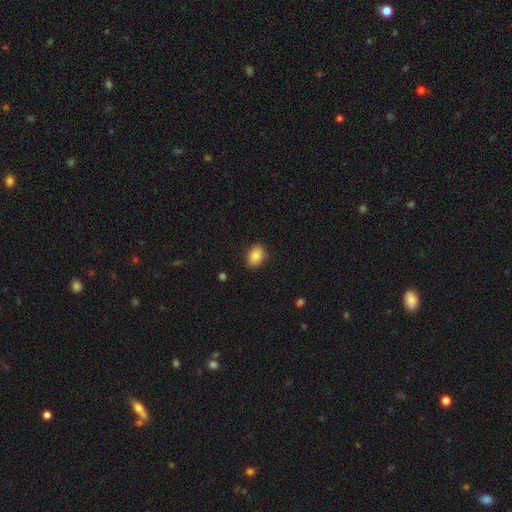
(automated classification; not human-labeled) Smooth or featured? smooth (86%)
How rounded? in between (77%)
Merging? none (86%)